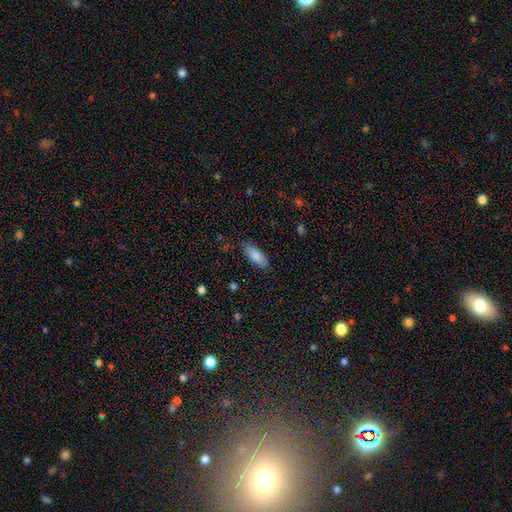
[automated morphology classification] Smooth or featured: smooth — 85% (featured or disk — 9%)
How rounded: in between — 76% (cigar-shaped — 22%)
Merging: none — 79% (minor disturbance — 17%)